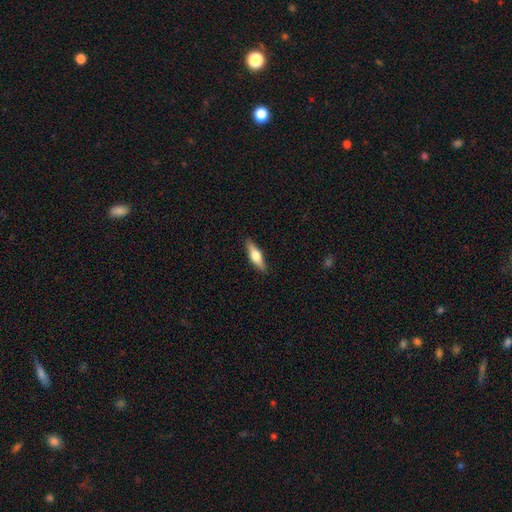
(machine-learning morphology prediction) type=smooth (51%); roundness=cigar-shaped (57%); merging=none (88%).